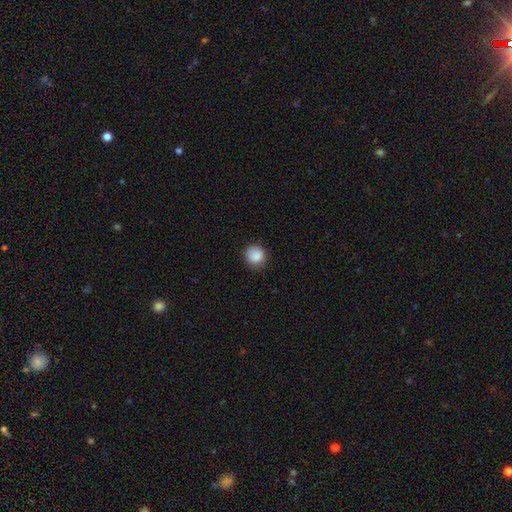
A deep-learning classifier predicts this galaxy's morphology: smooth 87%, star or artifact 9%, featured or disk 4%. Down the decision tree: how rounded — round (87%); merging — none (82%).